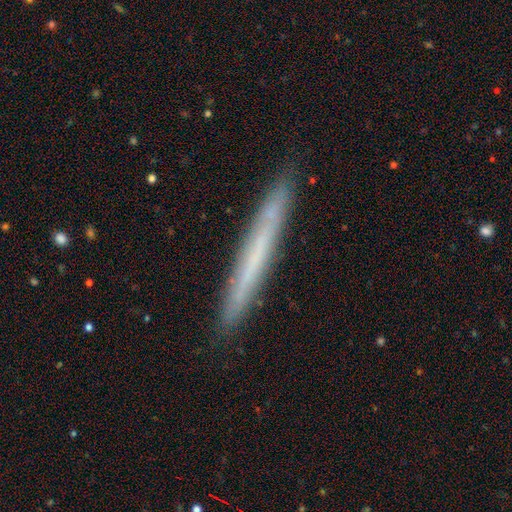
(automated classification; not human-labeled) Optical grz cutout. It shows a smooth galaxy with no disk features (49%). Merging: none (91%).